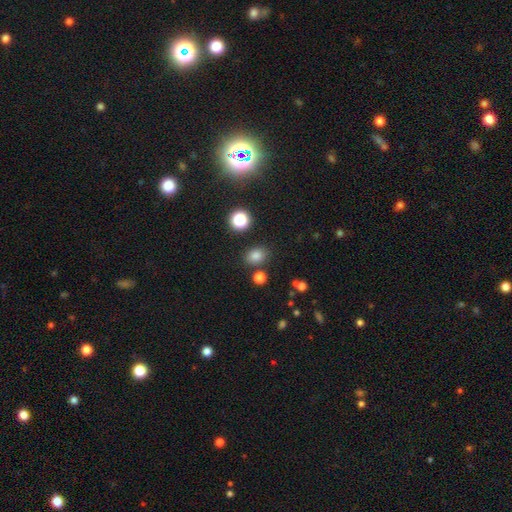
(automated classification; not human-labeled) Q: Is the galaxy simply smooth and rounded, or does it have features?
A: smooth — 80%.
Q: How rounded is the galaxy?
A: in between — 54%.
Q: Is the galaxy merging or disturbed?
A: none — 79%.